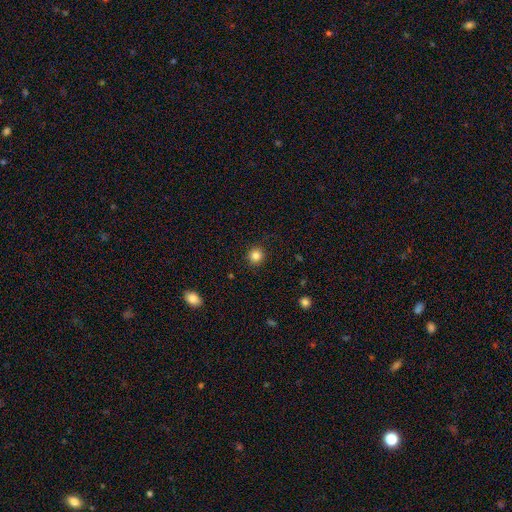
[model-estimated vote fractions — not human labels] Smooth or featured?
  - smooth: 84% *
  - star or artifact: 12%
  - featured or disk: 4%
How rounded?
  - round: 92% *
  - in between: 8%
  - cigar-shaped: 1%
Merging?
  - none: 90% *
  - minor disturbance: 6%
  - major disturbance: 2%
  - merger: 1%